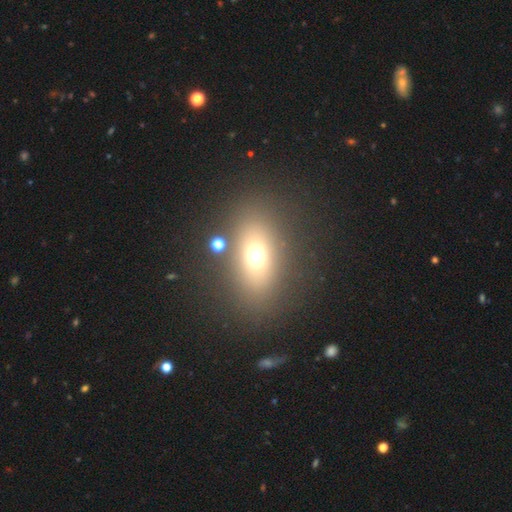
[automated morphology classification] The model was most divided on "smooth or featured": smooth: 68%, featured or disk: 18%, star or artifact: 15%. More confident: merging — none (80%); how rounded — in between (74%).